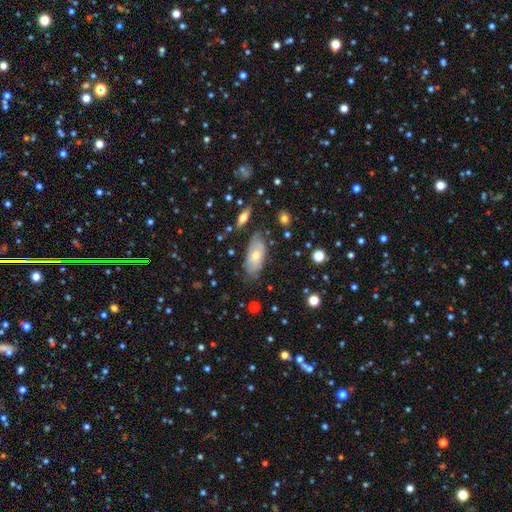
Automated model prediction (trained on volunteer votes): featured or disk 46% (tied), smooth 46% (tied), star or artifact 8%. Down the decision tree: merging — none (69%).